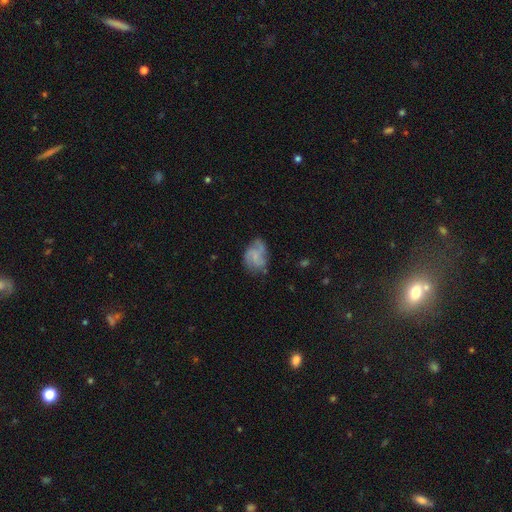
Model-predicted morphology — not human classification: Q: Smooth or featured?
A: featured or disk (67%); runner-up: smooth (25%)
Q: Edge-on disk?
A: no (98%); runner-up: yes (2%)
Q: Bar?
A: no (57%); runner-up: weak (37%)
Q: Spiral arms?
A: yes (91%); runner-up: no (9%)
Q: Spiral winding?
A: medium (48%); runner-up: loose (31%)
Q: Spiral arm count?
A: 2 (36%); tied with: 3 (36%)
Q: Bulge size?
A: small (50%); runner-up: none (34%)
Q: Merging?
A: none (63%); runner-up: minor disturbance (24%)